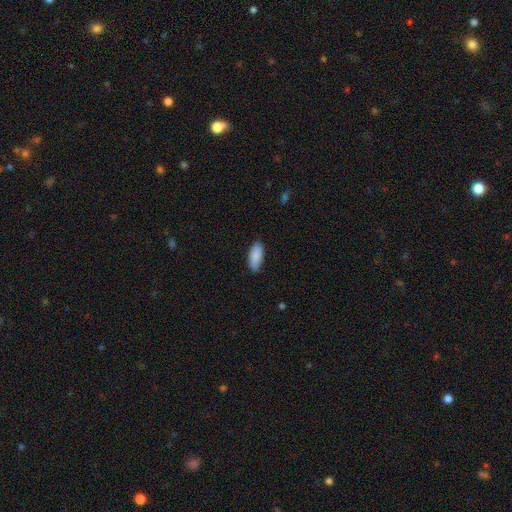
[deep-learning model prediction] Smooth or featured? smooth (89%)
How rounded? in between (85%)
Merging? none (84%)